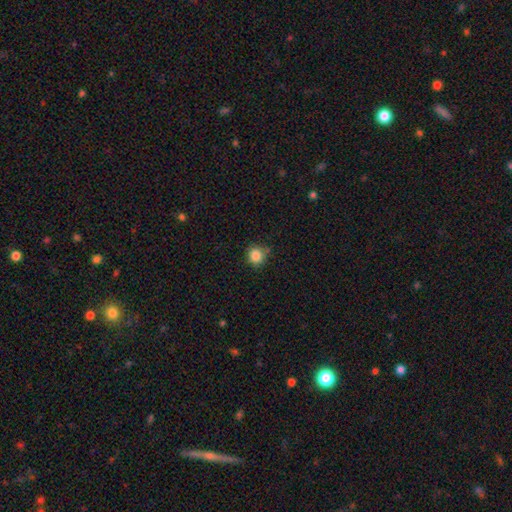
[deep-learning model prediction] This is clearly a smooth galaxy (85%). How rounded: clearly round (91%). Merging: likely none (78%).